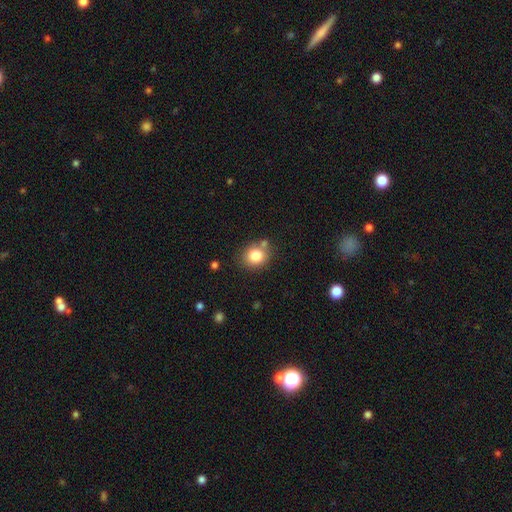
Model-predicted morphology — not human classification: smooth-or-featured: smooth: 81% | star or artifact: 10% | featured or disk: 8%
  how-rounded: round: 72% | in between: 27% | cigar-shaped: 1%
  merging: none: 72% | minor disturbance: 12% | merger: 12% | major disturbance: 3%